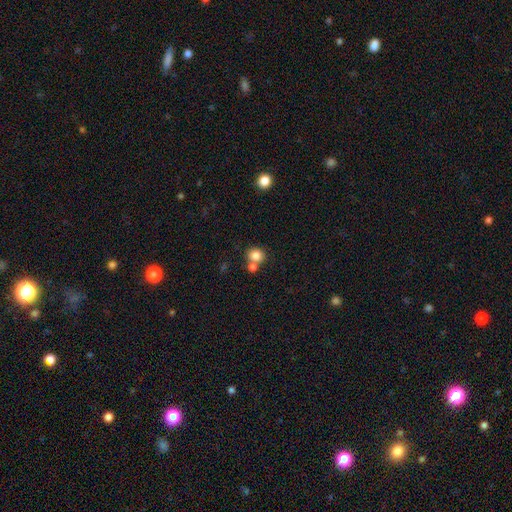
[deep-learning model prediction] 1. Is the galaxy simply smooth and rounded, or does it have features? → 83% smooth, 10% star or artifact, 7% featured or disk.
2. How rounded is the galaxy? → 78% round, 21% in between, 1% cigar-shaped.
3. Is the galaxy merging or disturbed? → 56% none, 32% merger, 9% minor disturbance, 3% major disturbance.